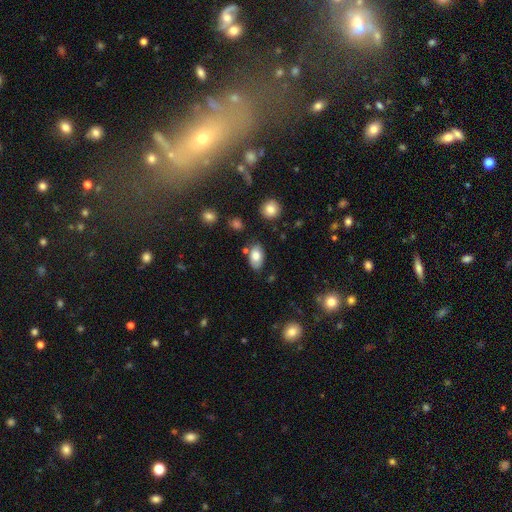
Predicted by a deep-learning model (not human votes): Q: Smooth or featured?
A: smooth (80%); runner-up: featured or disk (13%)
Q: How rounded?
A: in between (92%); runner-up: round (6%)
Q: Merging?
A: none (77%); runner-up: minor disturbance (15%)